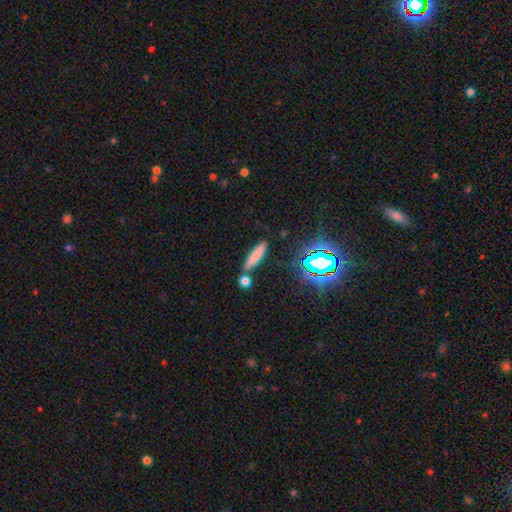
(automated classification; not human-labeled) smooth-or-featured: smooth: 72% | star or artifact: 15% | featured or disk: 12%
  how-rounded: cigar-shaped: 76% | in between: 20% | round: 4%
  merging: none: 73% | merger: 14% | minor disturbance: 10% | major disturbance: 3%